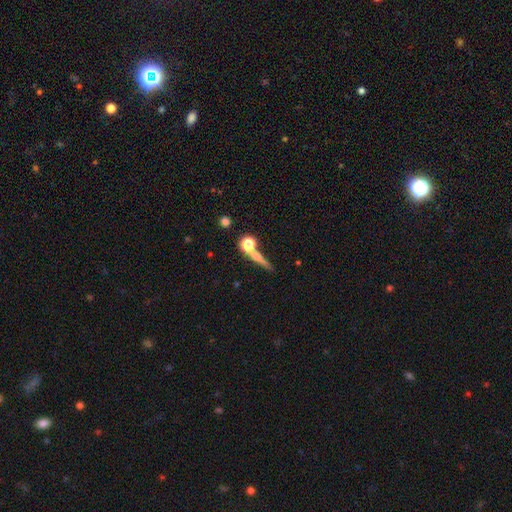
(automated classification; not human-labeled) Smooth or featured: smooth — 53% (featured or disk — 32%)
How rounded: cigar-shaped — 55% (round — 30%)
Merging: none — 56% (merger — 24%)